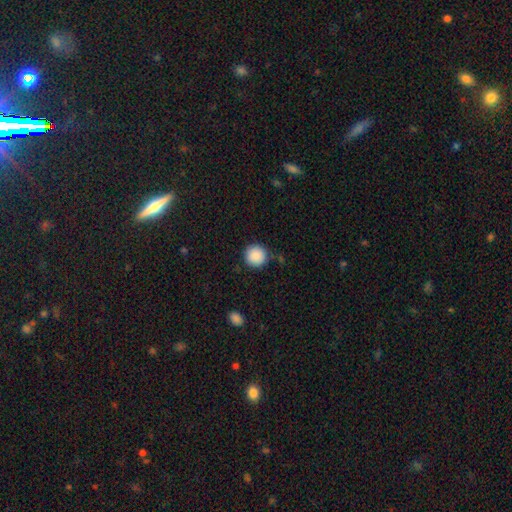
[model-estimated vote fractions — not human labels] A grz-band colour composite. It shows a smooth galaxy with no disk features (89%) that is round (95%). Merging: none (88%).